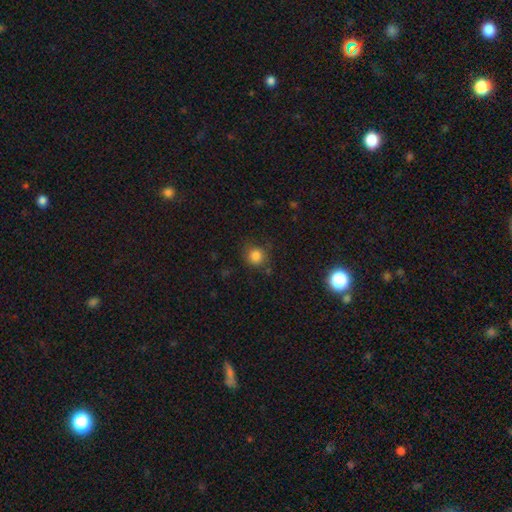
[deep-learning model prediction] smooth-or-featured: smooth: 83% | star or artifact: 12% | featured or disk: 5%
  how-rounded: round: 87% | in between: 12% | cigar-shaped: 1%
  merging: none: 75% | minor disturbance: 17% | major disturbance: 6% | merger: 2%